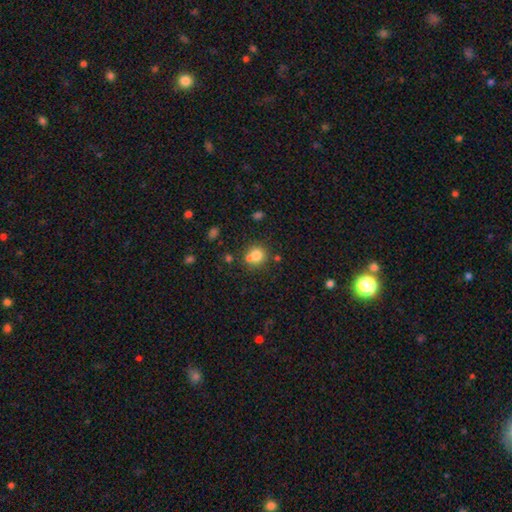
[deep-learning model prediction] Morphology: type=smooth (76%); roundness=round (85%); merging=none (55%).